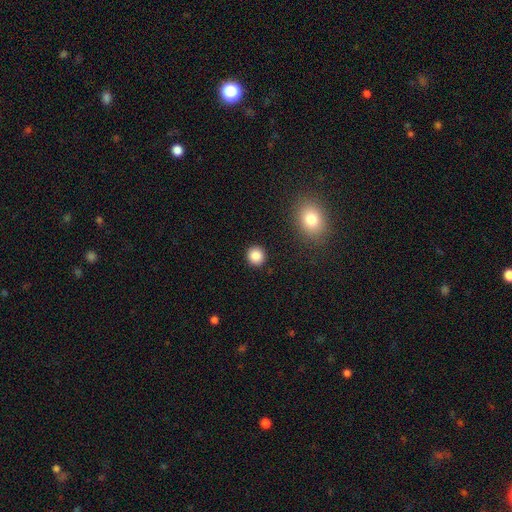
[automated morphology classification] Smooth or featured? smooth (85%)
How rounded? round (92%)
Merging? none (91%)